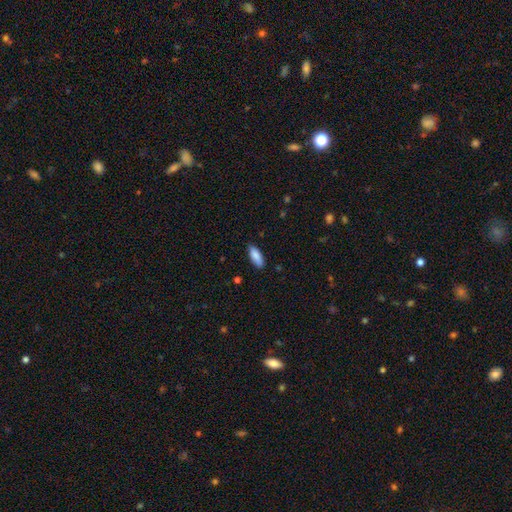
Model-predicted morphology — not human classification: This is clearly a smooth galaxy (88%). How rounded: likely in between (73%). Merging: clearly none (84%).